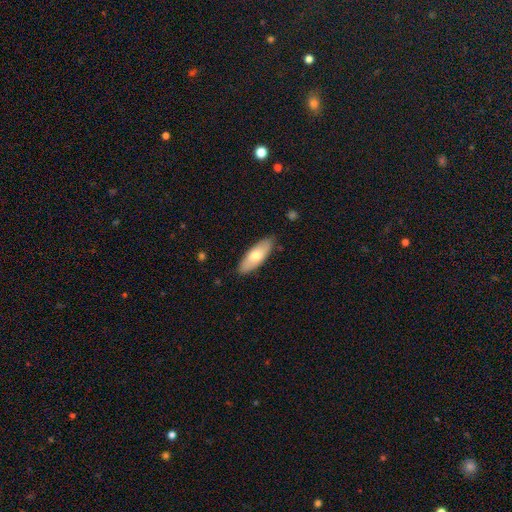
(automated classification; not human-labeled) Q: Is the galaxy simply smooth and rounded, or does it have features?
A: smooth — 72%.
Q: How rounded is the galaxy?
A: in between — 69%.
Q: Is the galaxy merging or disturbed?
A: none — 86%.